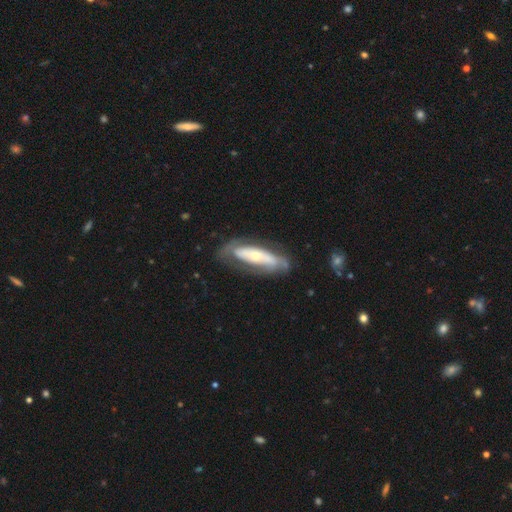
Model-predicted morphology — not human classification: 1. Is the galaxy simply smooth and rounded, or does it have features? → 63% featured or disk, 32% smooth, 5% star or artifact.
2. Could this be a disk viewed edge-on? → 76% no, 24% yes.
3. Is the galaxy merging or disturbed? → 62% none, 22% minor disturbance, 13% major disturbance, 3% merger.